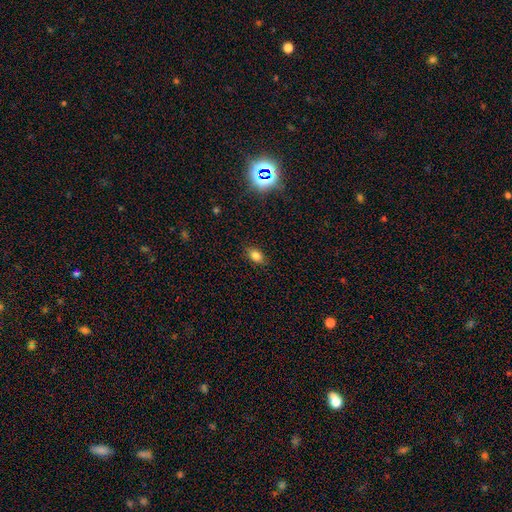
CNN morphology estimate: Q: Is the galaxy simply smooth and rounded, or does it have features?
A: smooth — 80%.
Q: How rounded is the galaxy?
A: in between — 86%.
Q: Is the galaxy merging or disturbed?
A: none — 87%.